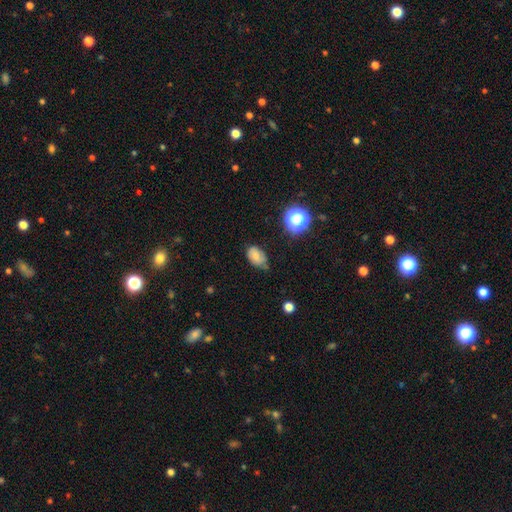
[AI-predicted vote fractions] The model was most divided on "merging": none: 54%, minor disturbance: 36%, major disturbance: 7%, merger: 3%. More confident: how rounded — in between (85%); smooth or featured — smooth (74%).